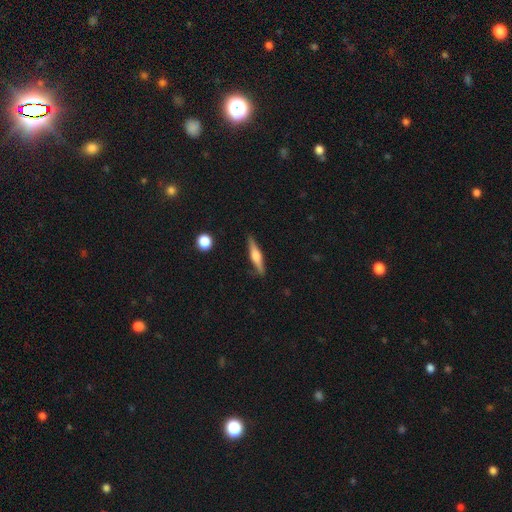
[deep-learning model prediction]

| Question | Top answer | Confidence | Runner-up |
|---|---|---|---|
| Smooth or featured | featured or disk | 63% | smooth (31%) |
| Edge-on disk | yes | 97% | no (3%) |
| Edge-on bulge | rounded | 84% | boxy (12%) |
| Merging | none | 88% | minor disturbance (9%) |